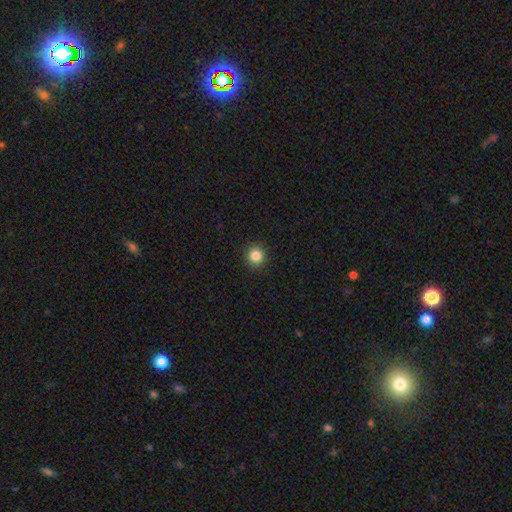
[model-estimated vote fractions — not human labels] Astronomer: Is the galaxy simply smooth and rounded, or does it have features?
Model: smooth — 85%.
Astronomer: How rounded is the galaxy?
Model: round — 92%.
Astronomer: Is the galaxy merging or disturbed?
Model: none — 92%.